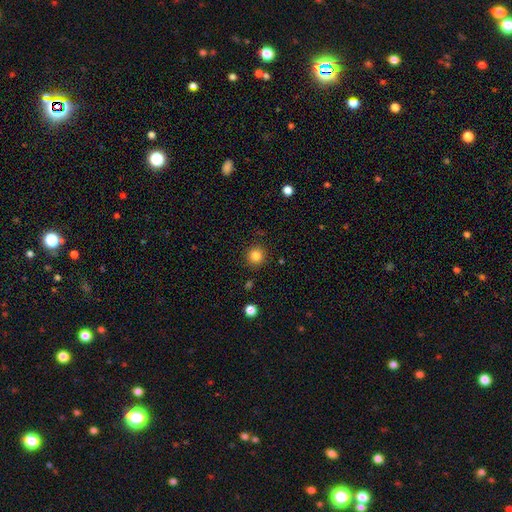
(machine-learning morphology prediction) type=smooth (84%); roundness=round (93%); merging=none (89%).